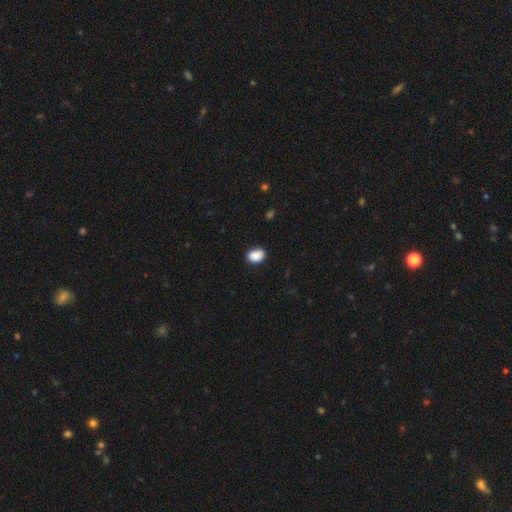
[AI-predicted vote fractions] smooth 90%, star or artifact 8%, featured or disk 3%. Down the decision tree: how rounded — in between (75%); merging — none (85%).